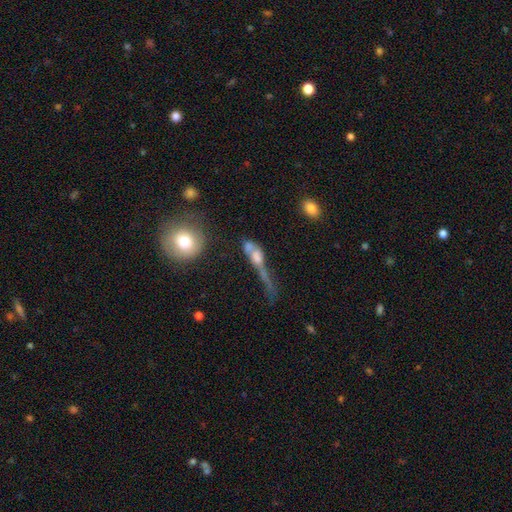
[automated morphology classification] A smooth galaxy with no disk features (47%). Merging: merger (39%).